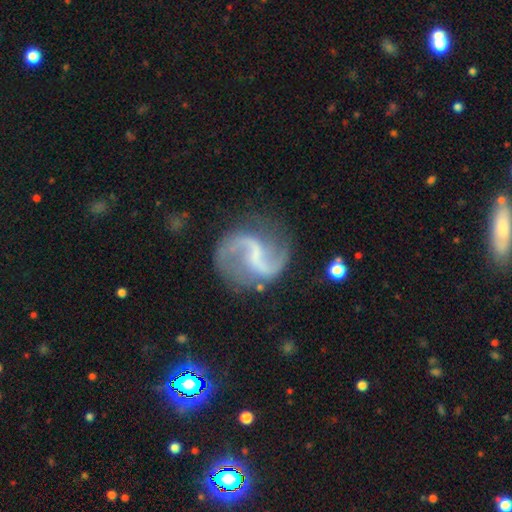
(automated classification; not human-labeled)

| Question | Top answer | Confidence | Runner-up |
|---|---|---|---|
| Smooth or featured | featured or disk | 90% | star or artifact (5%) |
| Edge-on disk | no | 98% | yes (2%) |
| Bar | weak | 47% | strong (30%) |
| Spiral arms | yes | 97% | no (3%) |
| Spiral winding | loose | 64% | medium (31%) |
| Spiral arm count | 2 | 93% | 1 (2%) |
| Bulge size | none | 49% | small (38%) |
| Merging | none | 73% | minor disturbance (15%) |